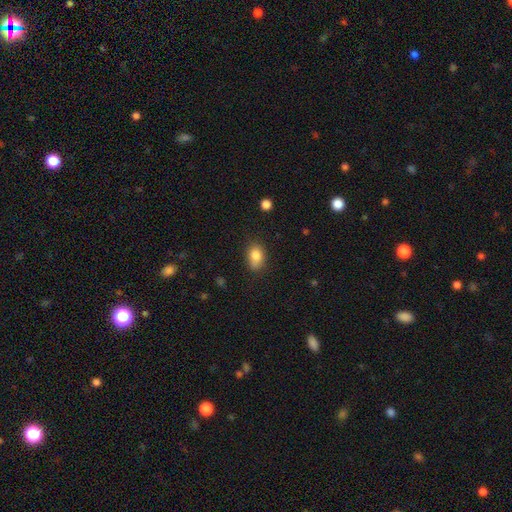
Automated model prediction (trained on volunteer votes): A smooth galaxy with no disk features (83%) that is in between round and cigar-shaped (77%). Merging: none (66%).